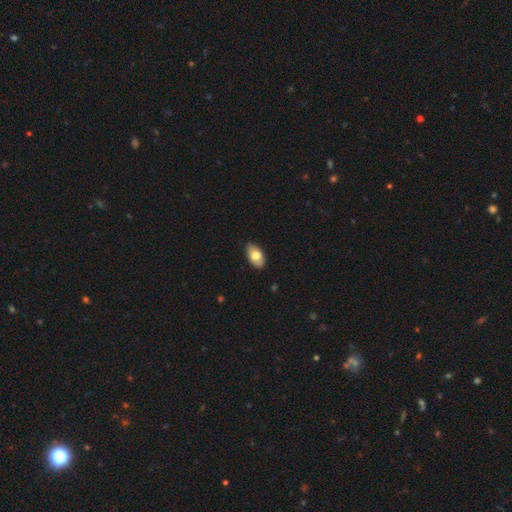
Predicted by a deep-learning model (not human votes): Smooth or featured? smooth (76%)
How rounded? in between (93%)
Merging? none (83%)